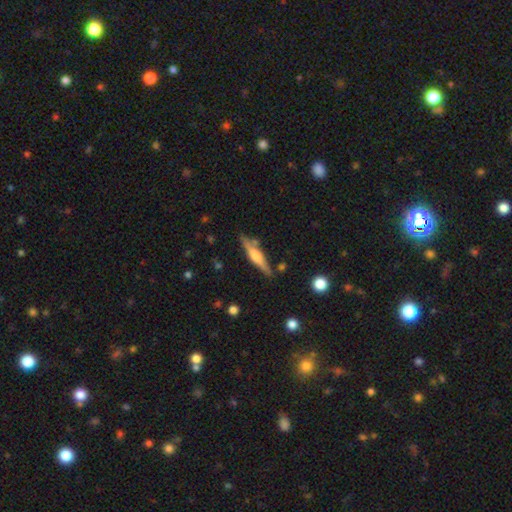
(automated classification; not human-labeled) A featured or disk galaxy (65%) viewed edge-on (97%) with a rounded central bulge (81%). Merging: none (83%).